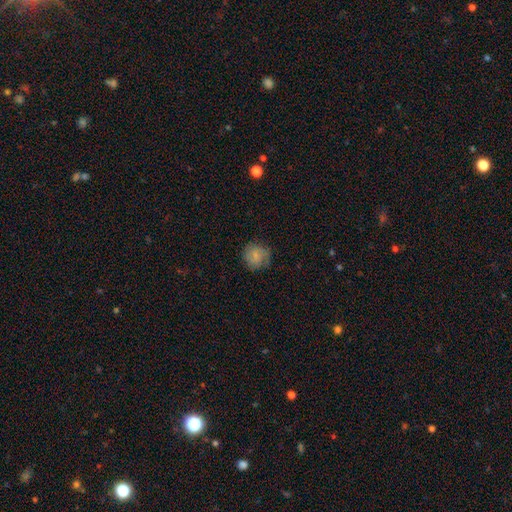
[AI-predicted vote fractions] Overall: smooth (74%). How rounded: round (86%). Merging: none (74%).